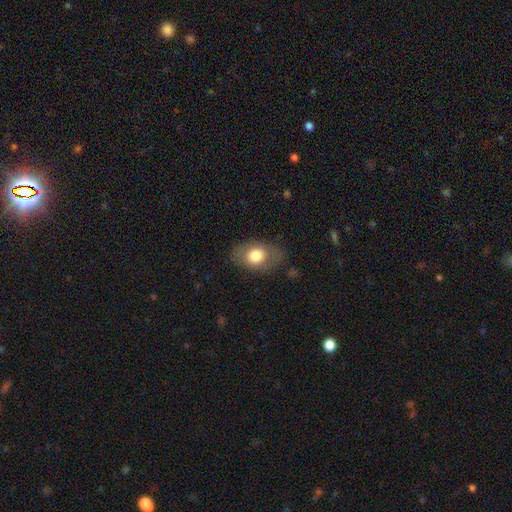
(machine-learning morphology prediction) This appears to be a smooth galaxy with no disk features (71%) that is in between round and cigar-shaped (79%). Merging: none (76%).